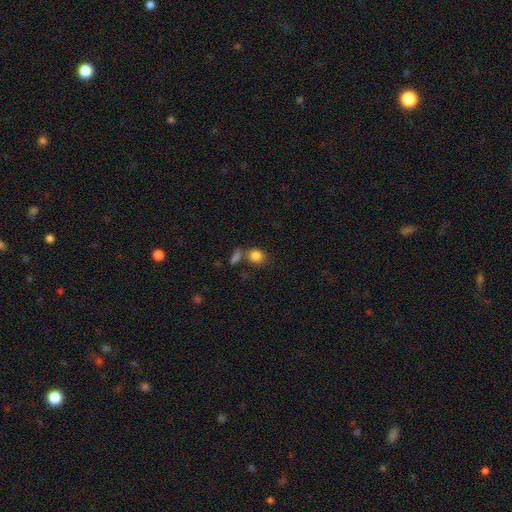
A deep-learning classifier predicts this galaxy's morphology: Overall: smooth (84%). How rounded: round (53%; in between 45%). Merging: none (62%).